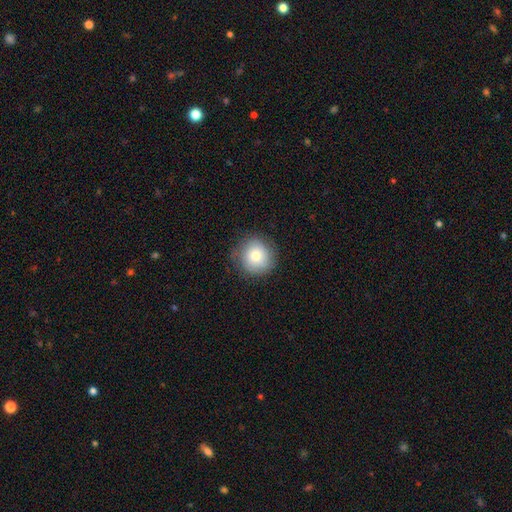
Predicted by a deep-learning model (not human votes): smooth-or-featured: smooth: 77% | featured or disk: 15% | star or artifact: 9%
  how-rounded: round: 93% | in between: 6% | cigar-shaped: 1%
  merging: none: 82% | minor disturbance: 14% | major disturbance: 4% | merger: 1%